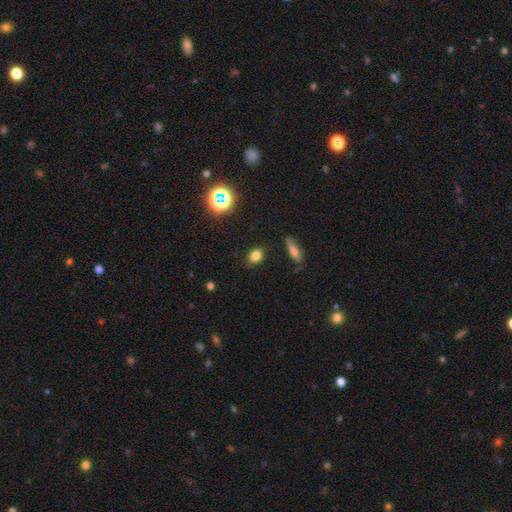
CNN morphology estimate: Smooth or featured? Predicted: smooth (p=0.76). How rounded? Predicted: in between (p=0.57). Merging? Predicted: none (p=0.77).